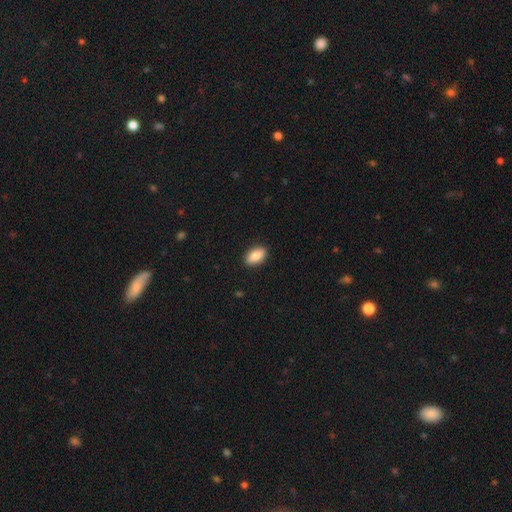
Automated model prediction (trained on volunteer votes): smooth-or-featured: smooth: 88% | star or artifact: 7% | featured or disk: 6%
  how-rounded: in between: 92% | round: 4% | cigar-shaped: 4%
  merging: none: 90% | minor disturbance: 7% | major disturbance: 2% | merger: 1%